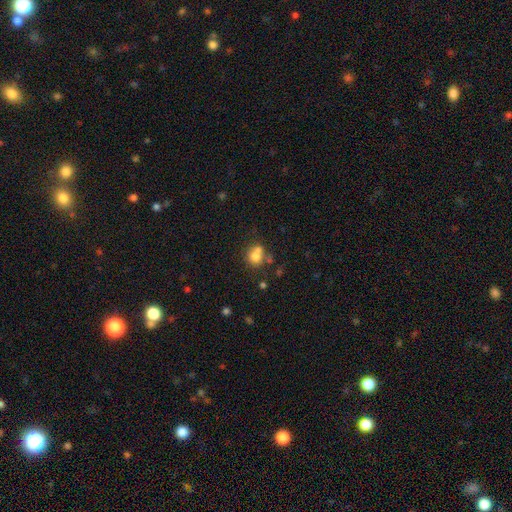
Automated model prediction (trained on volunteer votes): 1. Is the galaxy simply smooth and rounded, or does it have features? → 73% smooth, 15% featured or disk, 12% star or artifact.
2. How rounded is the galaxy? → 80% round, 19% in between, 1% cigar-shaped.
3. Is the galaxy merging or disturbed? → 44% none, 41% merger, 11% minor disturbance, 4% major disturbance.